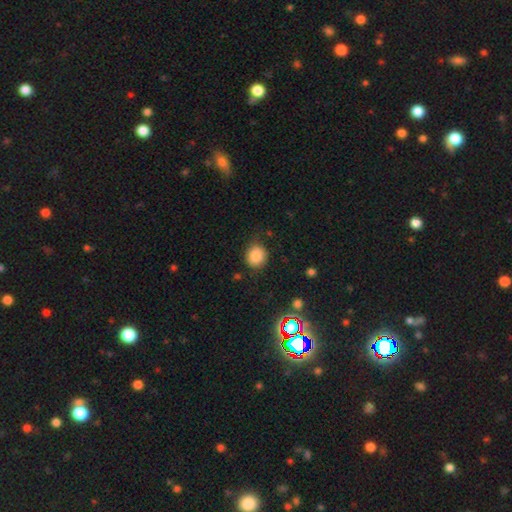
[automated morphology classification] Overall: smooth (83%). How rounded: round (74%). Merging: none (77%).